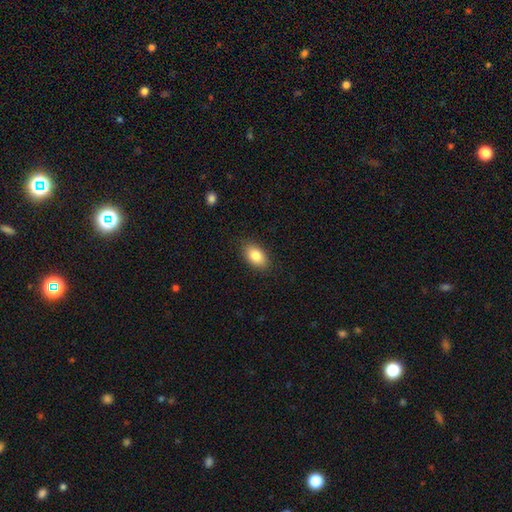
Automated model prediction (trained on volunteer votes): A smooth galaxy with no disk features (84%) that is in between round and cigar-shaped (91%). Merging: none (87%).